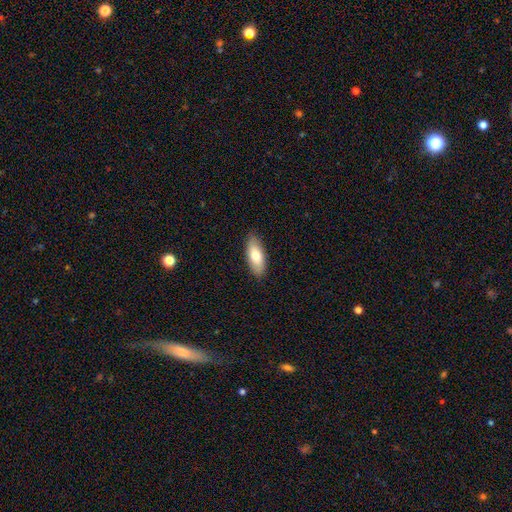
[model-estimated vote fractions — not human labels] smooth 75%, featured or disk 20%, star or artifact 6%. Down the decision tree: how rounded — in between (78%); merging — none (88%).